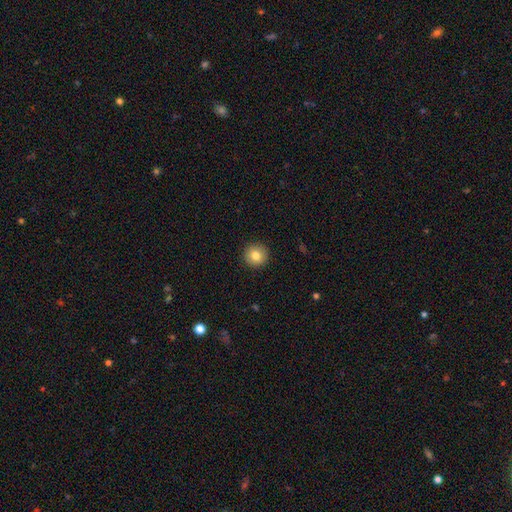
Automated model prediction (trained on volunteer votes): smooth_or_featured: smooth (p=0.81) [alt: featured or disk p=0.10]
how_rounded: round (p=0.95) [alt: in between p=0.04]
merging: none (p=0.92) [alt: minor disturbance p=0.05]